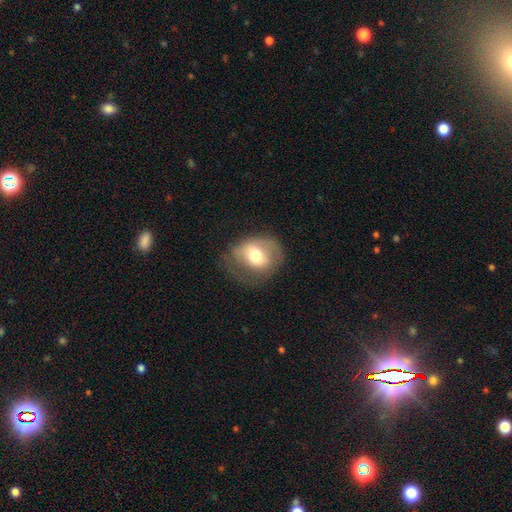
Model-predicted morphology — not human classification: smooth_or_featured: smooth (p=0.59) [alt: featured or disk p=0.33]
how_rounded: round (p=0.54) [alt: in between p=0.45]
merging: none (p=0.51) [alt: minor disturbance p=0.27]